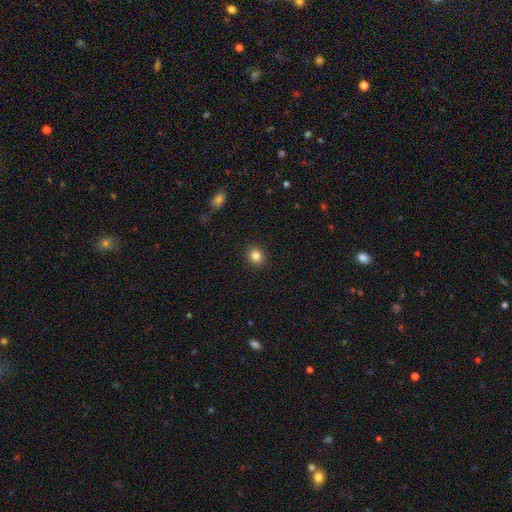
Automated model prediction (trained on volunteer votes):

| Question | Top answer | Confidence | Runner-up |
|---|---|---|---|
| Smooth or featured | smooth | 84% | star or artifact (11%) |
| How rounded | round | 74% | in between (26%) |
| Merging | none | 91% | minor disturbance (6%) |